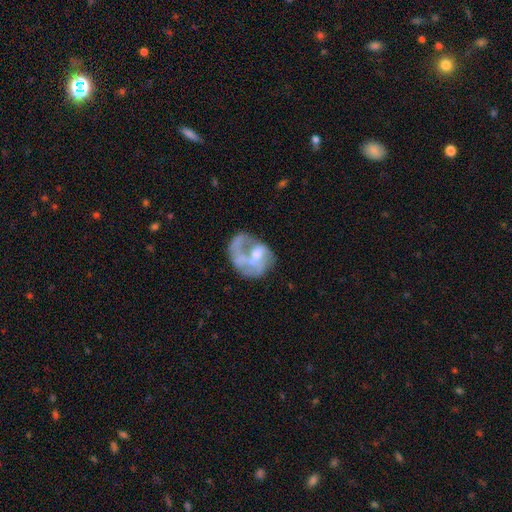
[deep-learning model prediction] This is likely a featured or disk galaxy (64%). It is clearly not viewed edge-on (98%). Bar: likely no (65%). Spiral arm pattern: possibly no (55%). Central bulge: possibly moderate (46%). Merging: marginally major disturbance (40%).